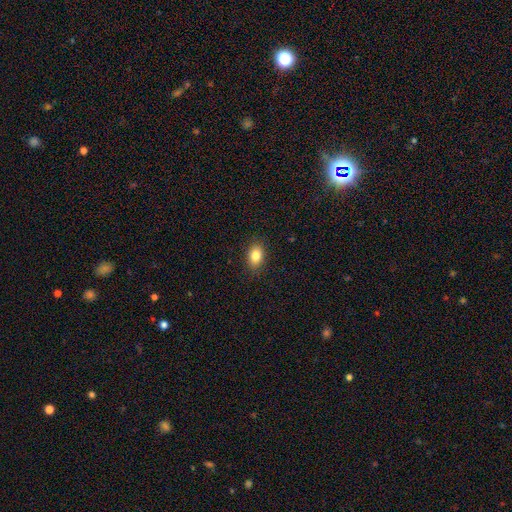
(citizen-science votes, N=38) smooth-or-featured: smooth: 79% | featured or disk: 13% | star or artifact: 8%
  how-rounded: in between: 87% | round: 13% | cigar-shaped: 0%
  merging: none: 91% | minor disturbance: 9% | major disturbance: 0% | merger: 0%